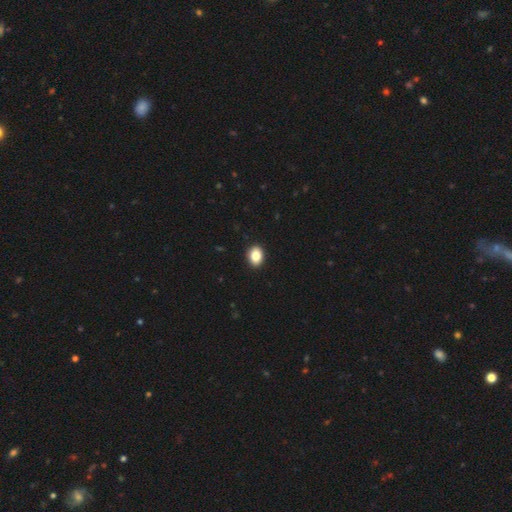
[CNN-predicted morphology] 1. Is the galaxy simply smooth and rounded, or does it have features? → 85% smooth, 9% star or artifact, 6% featured or disk.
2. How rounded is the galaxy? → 70% in between, 29% round, 1% cigar-shaped.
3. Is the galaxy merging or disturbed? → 92% none, 6% minor disturbance, 1% major disturbance, 1% merger.